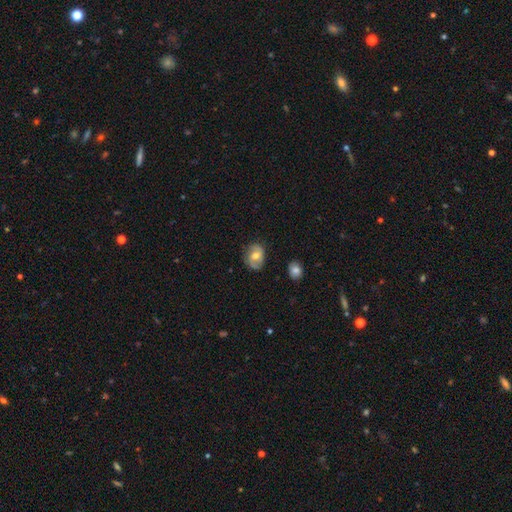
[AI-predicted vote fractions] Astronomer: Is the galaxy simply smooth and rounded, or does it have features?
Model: featured or disk — 47% (runner-up: smooth, 45%).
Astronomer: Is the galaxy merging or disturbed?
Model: none — 72%.